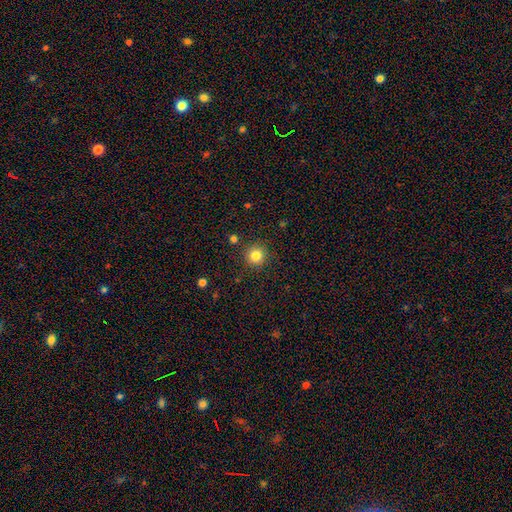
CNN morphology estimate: This appears to be a smooth galaxy with no disk features (82%) that is round (93%). Merging: none (89%).